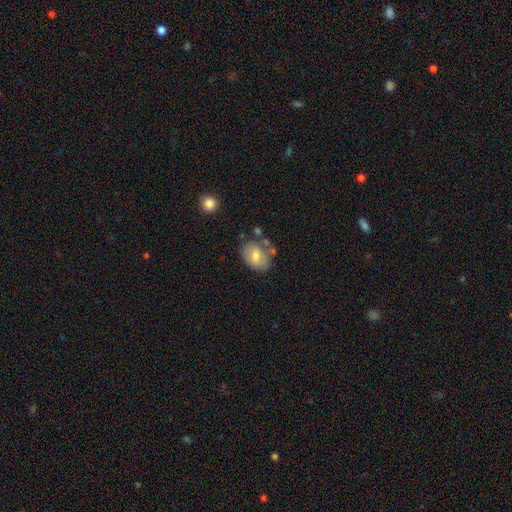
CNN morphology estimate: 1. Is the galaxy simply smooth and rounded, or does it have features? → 67% smooth, 25% featured or disk, 8% star or artifact.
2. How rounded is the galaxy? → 77% in between, 22% round, 1% cigar-shaped.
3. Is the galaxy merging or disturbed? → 64% none, 20% minor disturbance, 10% merger, 6% major disturbance.